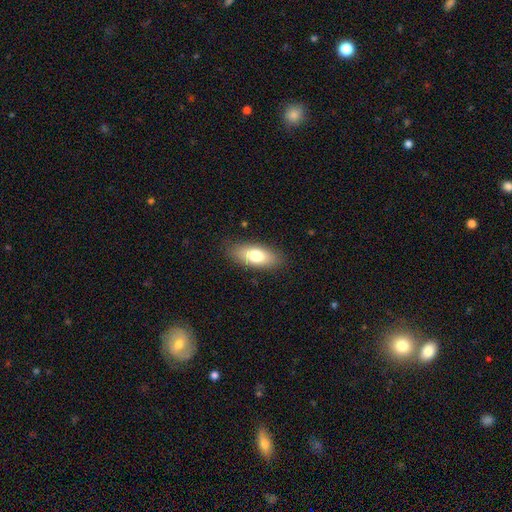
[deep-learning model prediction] Q: Smooth or featured?
A: smooth (75%); runner-up: featured or disk (18%)
Q: How rounded?
A: in between (81%); runner-up: cigar-shaped (16%)
Q: Merging?
A: none (86%); runner-up: minor disturbance (11%)